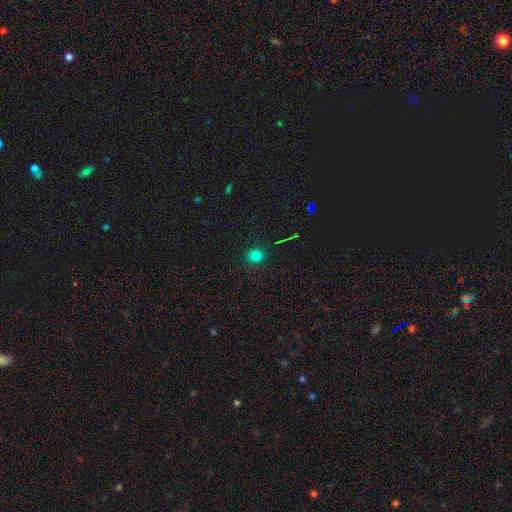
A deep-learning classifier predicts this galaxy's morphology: A smooth galaxy with no disk features (78%) that is round (86%).

Vote fractions:
- Smooth or featured? smooth: 78% / star or artifact: 17% / featured or disk: 5%
- How rounded? round: 86% / in between: 13% / cigar-shaped: 1%
- Merging? none: 89% / minor disturbance: 7% / major disturbance: 2% / merger: 1%